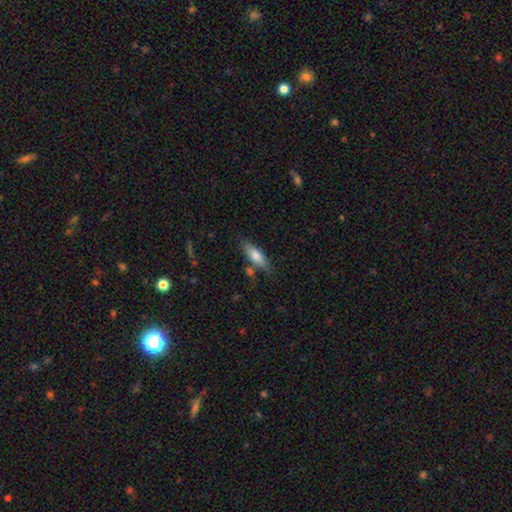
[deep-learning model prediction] smooth 76%, featured or disk 18%, star or artifact 6%. Down the decision tree: how rounded — in between (61%); merging — none (72%).